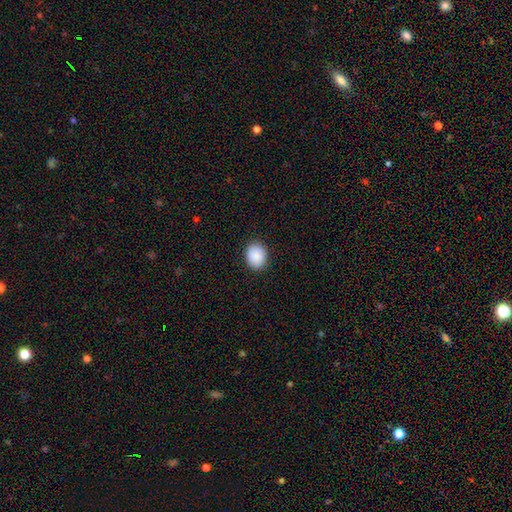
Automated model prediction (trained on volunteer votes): Morphology: type=smooth (90%); roundness=round (55%); merging=none (89%).